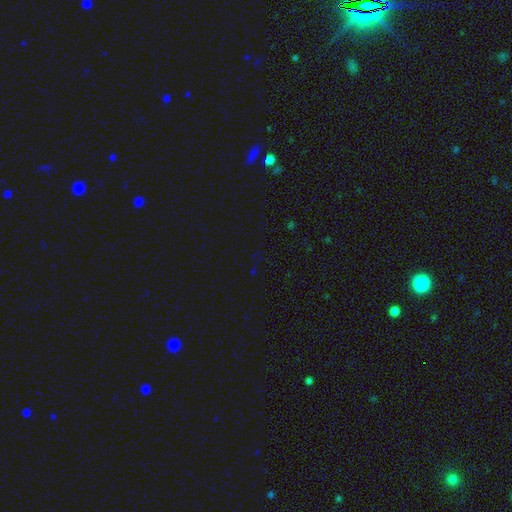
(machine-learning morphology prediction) Smooth or featured? Predicted: star or artifact (p=0.70).